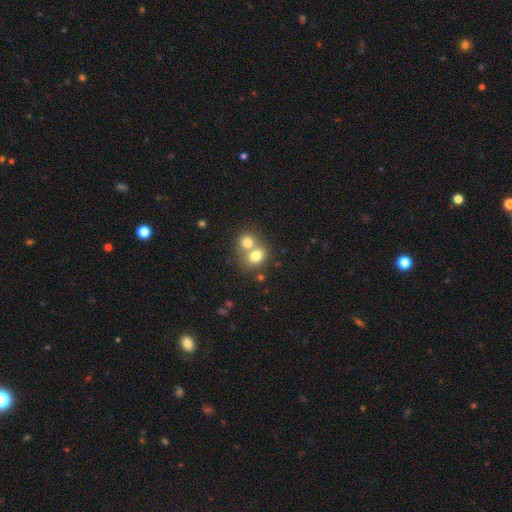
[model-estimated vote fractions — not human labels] smooth-or-featured: smooth: 74% | featured or disk: 15% | star or artifact: 11%
  how-rounded: round: 61% | in between: 38% | cigar-shaped: 1%
  merging: merger: 62% | none: 30% | minor disturbance: 6% | major disturbance: 3%